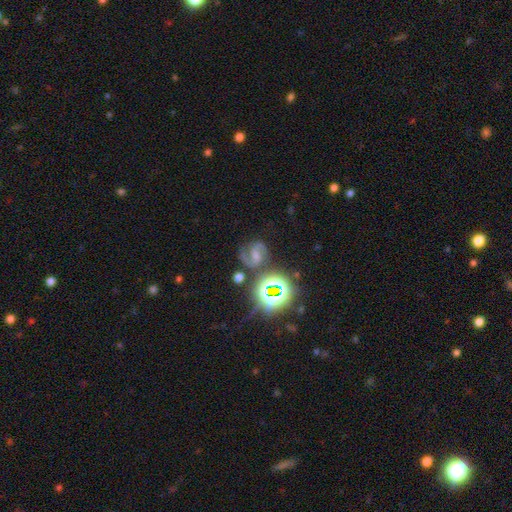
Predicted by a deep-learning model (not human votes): Smooth or featured? featured or disk (60%)
Edge-on disk? no (97%)
Bar? weak (41%)
Spiral arms? yes (94%)
Spiral winding? medium (55%)
Spiral arm count? 2 (84%)
Bulge size? small (42%)
Merging? none (66%)